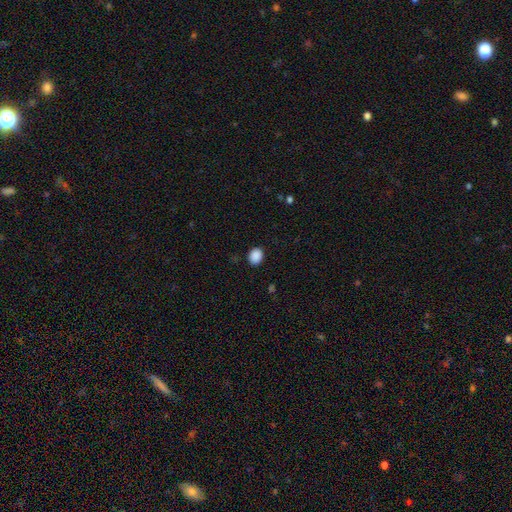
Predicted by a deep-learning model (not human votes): smooth_or_featured: smooth (p=0.89) [alt: star or artifact p=0.09]
how_rounded: round (p=0.57) [alt: in between p=0.43]
merging: none (p=0.89) [alt: minor disturbance p=0.08]